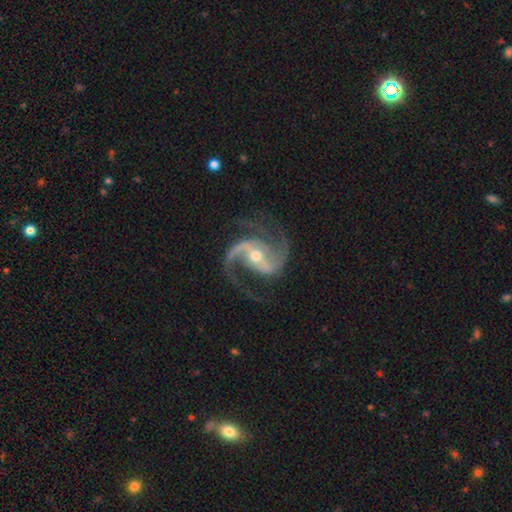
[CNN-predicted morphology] smooth_or_featured: featured or disk (p=0.93) [alt: star or artifact p=0.04]
disk_edge_on: no (p=0.98) [alt: yes p=0.02]
bar: strong (p=0.40) [alt: weak p=0.35]
has_spiral_arms: yes (p=0.99) [alt: no p=0.01]
spiral_winding: medium (p=0.61) [alt: loose p=0.26]
spiral_arm_count: 2 (p=0.87) [alt: 3 p=0.06]
bulge_size: moderate (p=0.57) [alt: small p=0.38]
merging: none (p=0.76) [alt: minor disturbance p=0.14]